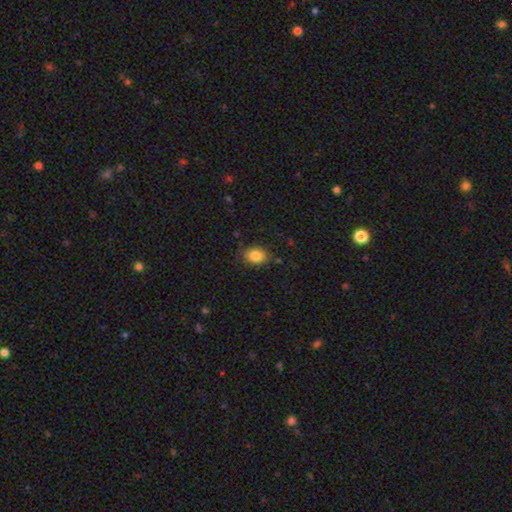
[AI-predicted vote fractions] Morphology: type=smooth (84%); roundness=in between (74%); merging=none (81%).